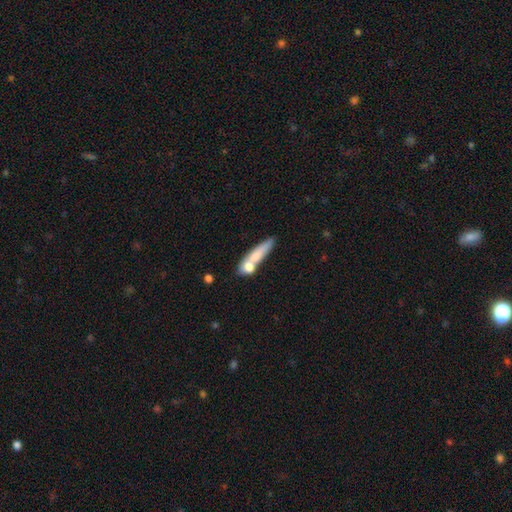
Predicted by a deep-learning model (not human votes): Overall: smooth (67%). How rounded: cigar-shaped (72%). Merging: none (40%; merger 36%).